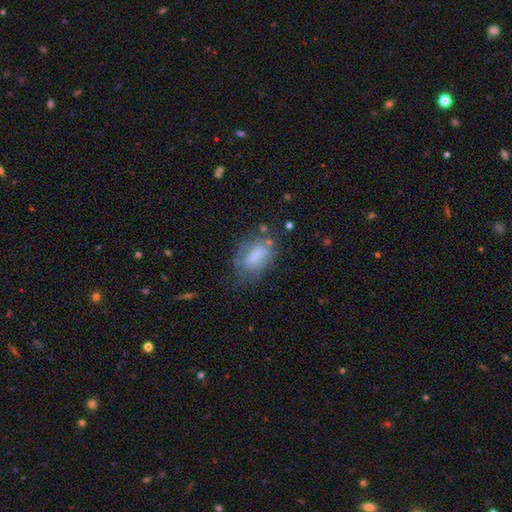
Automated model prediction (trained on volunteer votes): Smooth or featured? Predicted: smooth (p=0.66). How rounded? Predicted: in between (p=0.86). Merging? Predicted: none (p=0.44).